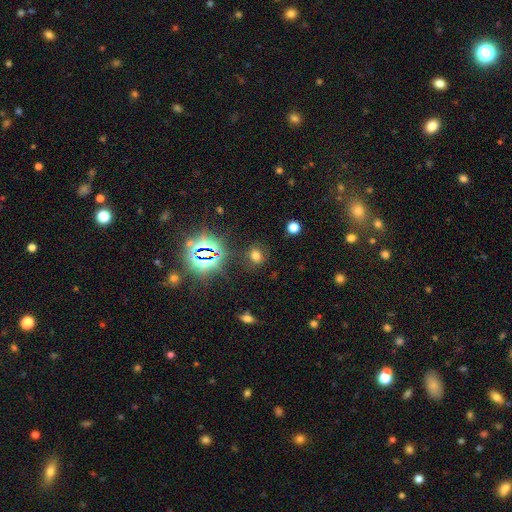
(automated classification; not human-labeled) The model was most divided on "how rounded": round: 50%, in between: 48%, cigar-shaped: 2%. More confident: merging — none (79%); smooth or featured — smooth (57%).